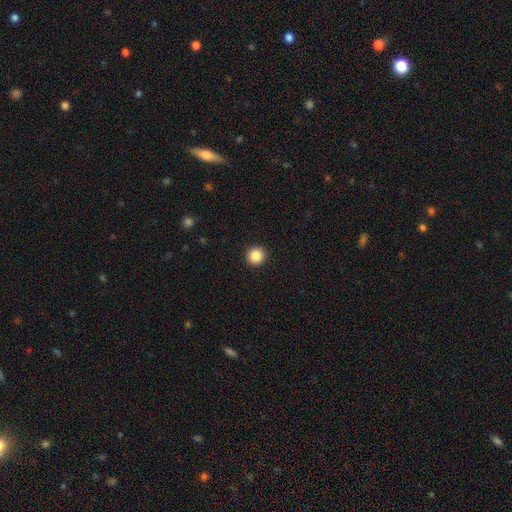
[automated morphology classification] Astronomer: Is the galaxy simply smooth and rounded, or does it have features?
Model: smooth — 87%.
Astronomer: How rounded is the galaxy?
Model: round — 94%.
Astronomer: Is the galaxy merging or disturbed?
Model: none — 93%.